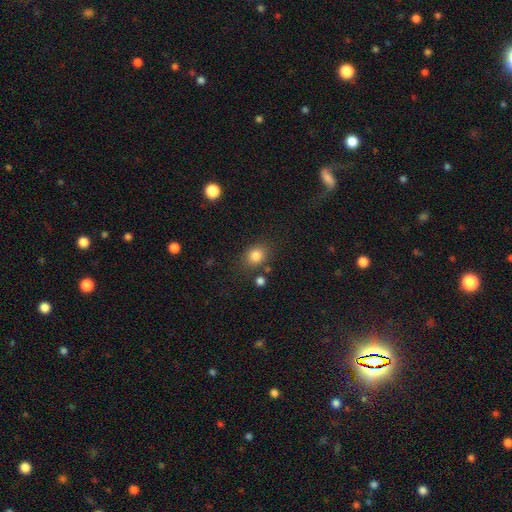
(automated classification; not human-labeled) smooth 82%, star or artifact 11%, featured or disk 7%. Down the decision tree: how rounded — round (52%); merging — none (78%).